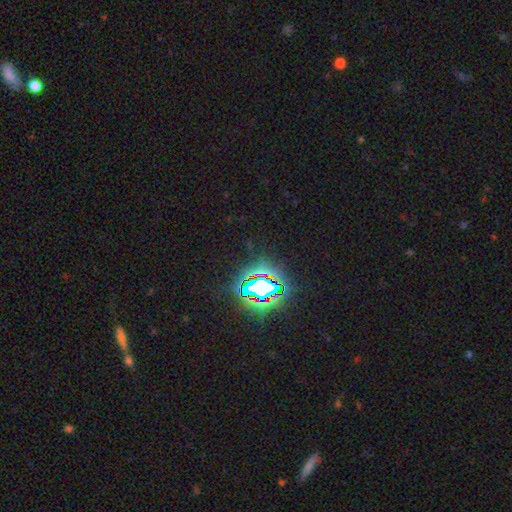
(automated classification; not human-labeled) The model was most divided on "smooth or featured": star or artifact: 81%, smooth: 11%, featured or disk: 8%.